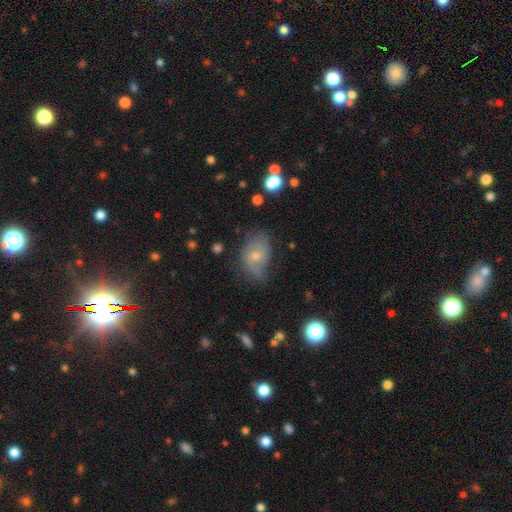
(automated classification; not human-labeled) A featured or disk galaxy (49%).

Vote fractions:
- Smooth or featured? featured or disk: 49% / smooth: 40% / star or artifact: 11%
- Merging? none: 48% / minor disturbance: 34% / major disturbance: 16% / merger: 2%